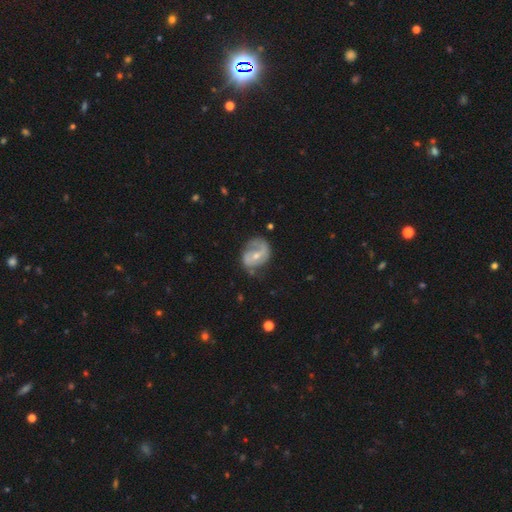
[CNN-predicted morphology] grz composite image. It shows a featured or disk galaxy (68%) with a weak bar (44%), 2 (63%) medium (43%) spiral arms (80%) and a small central bulge (50%). Merging: none (53%).